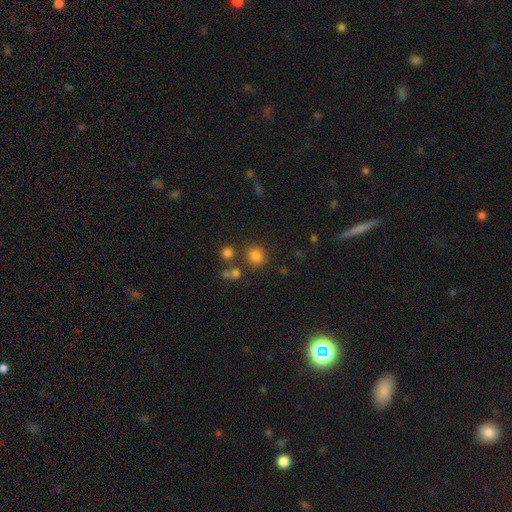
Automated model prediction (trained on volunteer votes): The model was most divided on "smooth or featured": smooth: 80%, star or artifact: 14%, featured or disk: 6%. More confident: how rounded — round (88%); merging — none (78%).